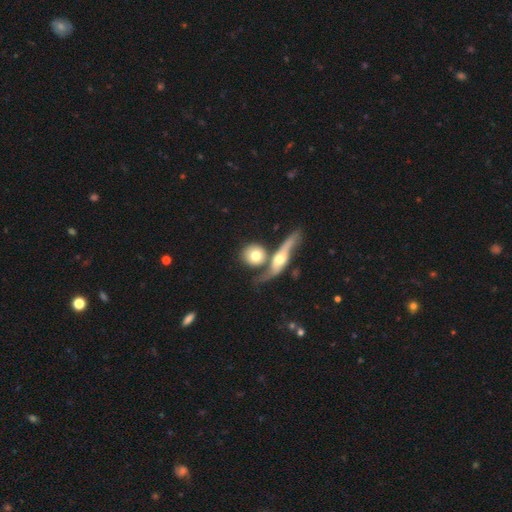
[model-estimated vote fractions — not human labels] Morphology: type=smooth (65%); roundness=round (75%); merging=none (44%).